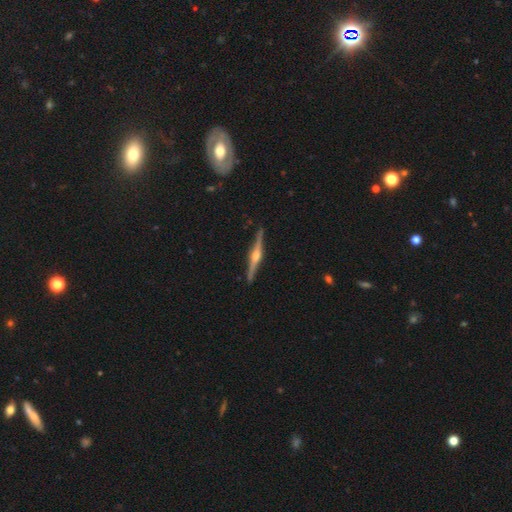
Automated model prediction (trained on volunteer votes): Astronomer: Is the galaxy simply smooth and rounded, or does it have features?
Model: featured or disk — 85%.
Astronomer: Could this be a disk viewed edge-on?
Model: yes — 98%.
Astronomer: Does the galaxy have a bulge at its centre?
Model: rounded — 92%.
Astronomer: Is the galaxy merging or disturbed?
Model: none — 91%.